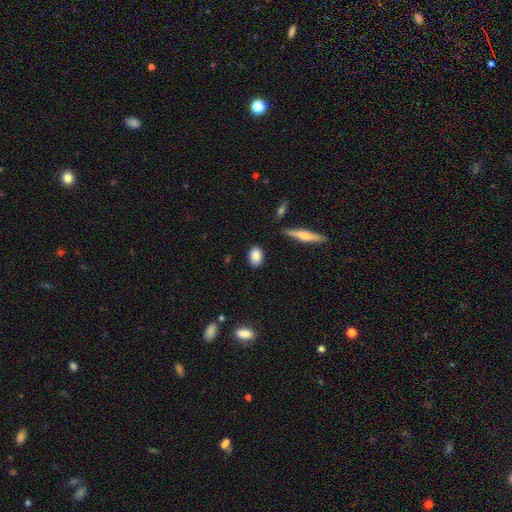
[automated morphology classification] This is clearly a smooth galaxy (86%). How rounded: clearly in between (81%). Merging: clearly none (86%).